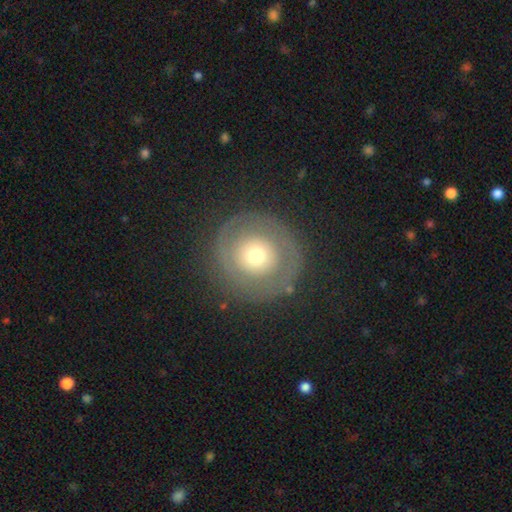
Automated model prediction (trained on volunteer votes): featured or disk 47%, smooth 46%, star or artifact 8%. Down the decision tree: merging — none (79%).